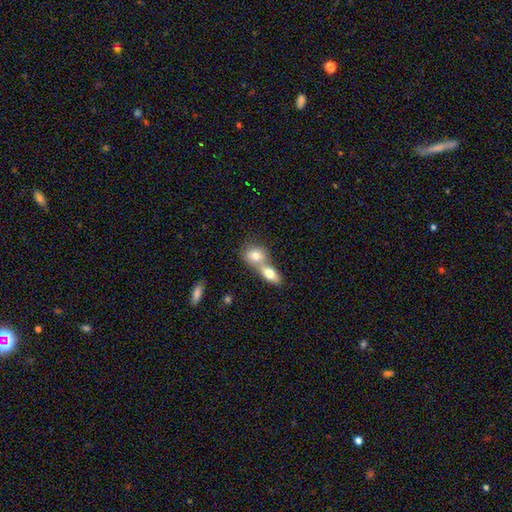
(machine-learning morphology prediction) This appears to be a smooth galaxy with no disk features (75%) that is round (49%). Merging: merger (66%).